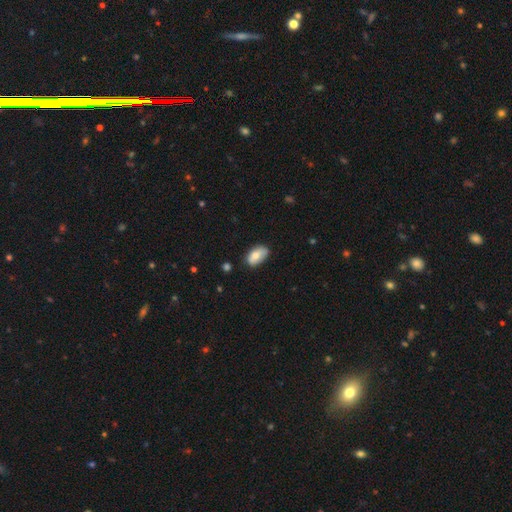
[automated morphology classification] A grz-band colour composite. It shows a smooth galaxy with no disk features (73%) that is in between round and cigar-shaped (93%). Merging: none (71%).